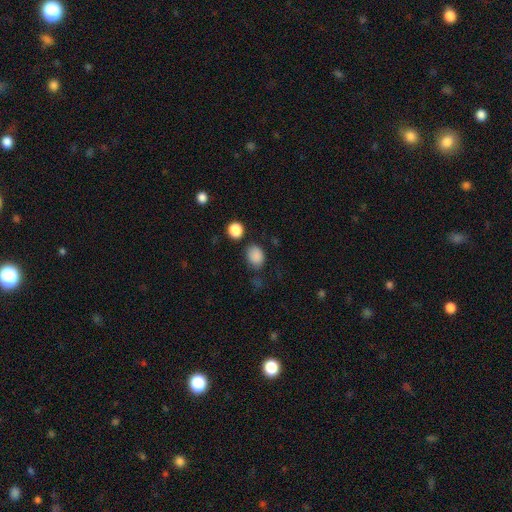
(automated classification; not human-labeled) This appears to be a smooth galaxy with no disk features (86%) that is in between round and cigar-shaped (60%). Merging: none (72%).